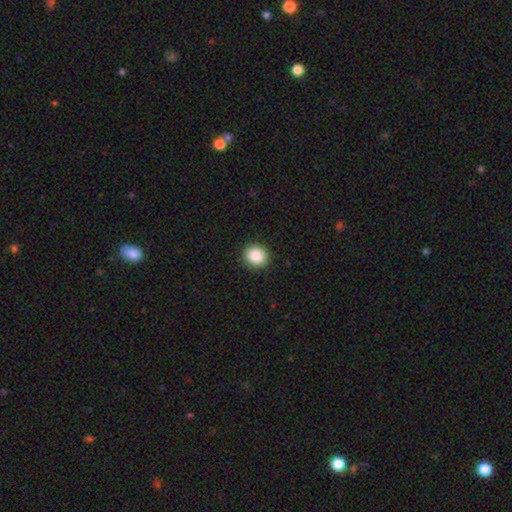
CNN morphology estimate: Smooth or featured?
  - smooth: 87% *
  - star or artifact: 9%
  - featured or disk: 4%
How rounded?
  - round: 81% *
  - in between: 18%
  - cigar-shaped: 1%
Merging?
  - none: 91% *
  - minor disturbance: 6%
  - major disturbance: 2%
  - merger: 1%